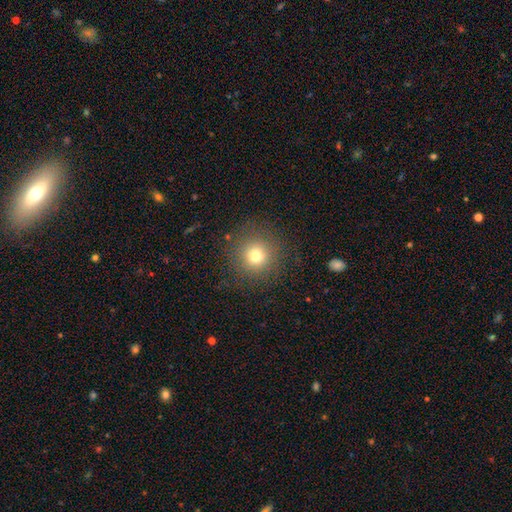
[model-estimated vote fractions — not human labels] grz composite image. It shows a smooth galaxy with no disk features (73%) that is round (95%). Merging: none (87%).